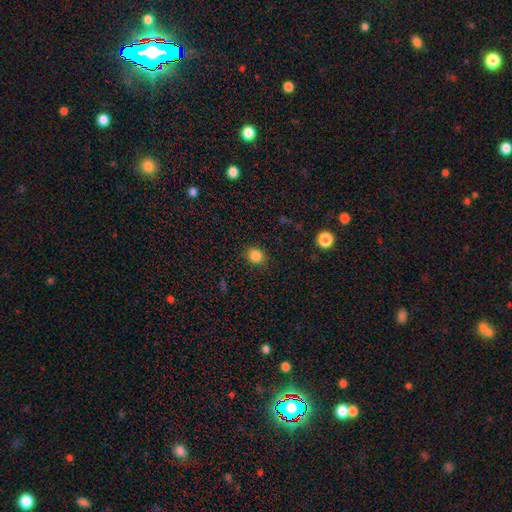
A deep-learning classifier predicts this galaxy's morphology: Smooth or featured?
  - smooth: 85% *
  - star or artifact: 12%
  - featured or disk: 4%
How rounded?
  - round: 74% *
  - in between: 25%
  - cigar-shaped: 1%
Merging?
  - none: 87% *
  - minor disturbance: 9%
  - major disturbance: 3%
  - merger: 1%